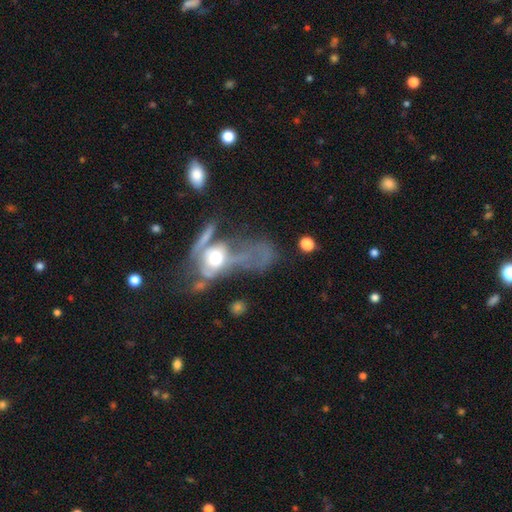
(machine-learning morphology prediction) featured or disk 60%, smooth 25%, star or artifact 15%. Down the decision tree: edge-on disk — no (86%); bar — no (79%); spiral arms — no (66%); bulge size — moderate (62%); merging — major disturbance (52%).